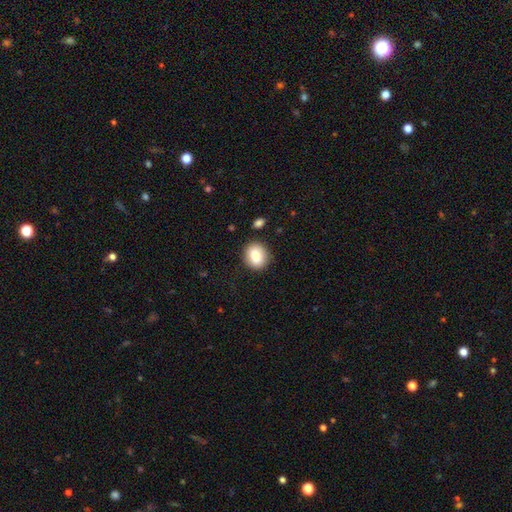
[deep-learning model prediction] The model was most divided on "how rounded": round: 60%, in between: 39%, cigar-shaped: 1%. More confident: merging — none (86%); smooth or featured — smooth (84%).